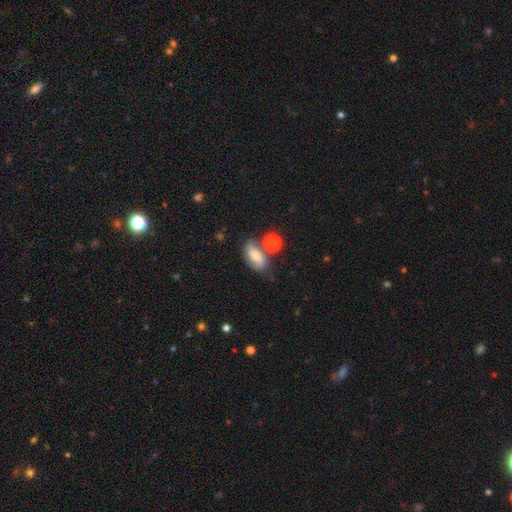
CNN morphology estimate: Smooth or featured? smooth (53%)
How rounded? in between (83%)
Merging? none (59%)